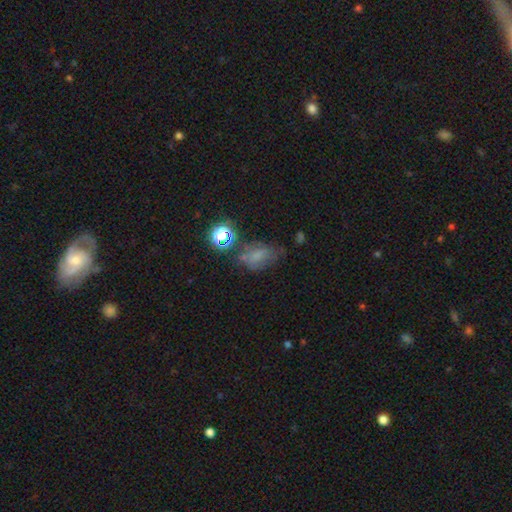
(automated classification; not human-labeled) Q: Smooth or featured?
A: smooth (57%); runner-up: star or artifact (25%)
Q: How rounded?
A: in between (77%); runner-up: round (20%)
Q: Merging?
A: none (48%); runner-up: minor disturbance (28%)